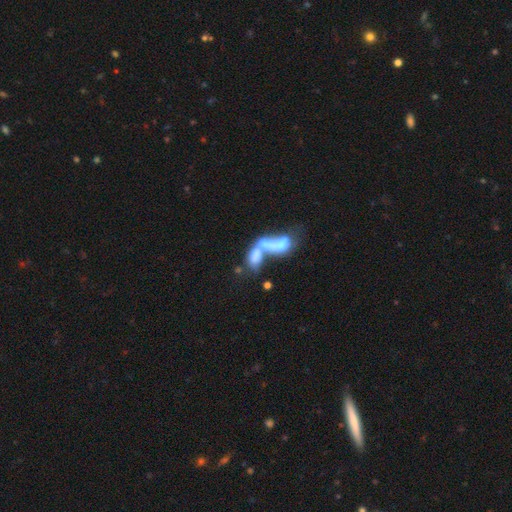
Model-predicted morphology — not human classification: type=smooth (54%); roundness=in between (76%); merging=merger (77%).